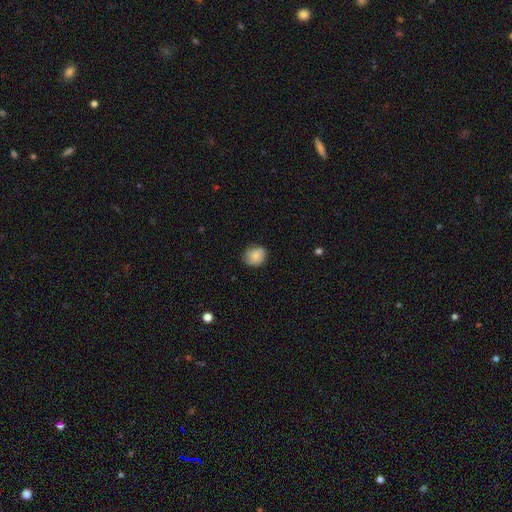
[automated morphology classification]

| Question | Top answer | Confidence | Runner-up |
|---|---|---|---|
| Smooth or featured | smooth | 81% | featured or disk (11%) |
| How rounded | round | 65% | in between (34%) |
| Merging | none | 75% | minor disturbance (20%) |